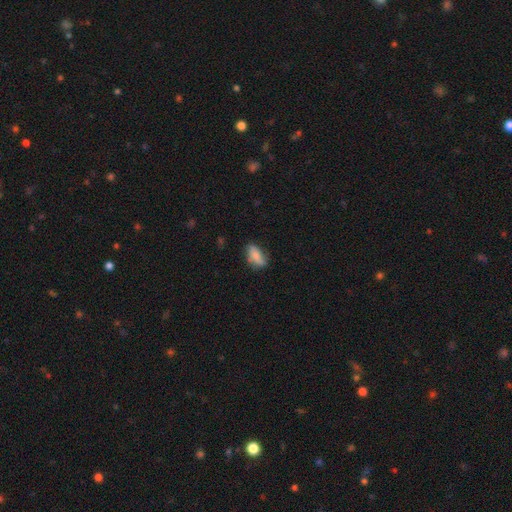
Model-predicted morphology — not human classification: This is likely a smooth galaxy (72%). How rounded: clearly in between (85%). Merging: likely none (63%).